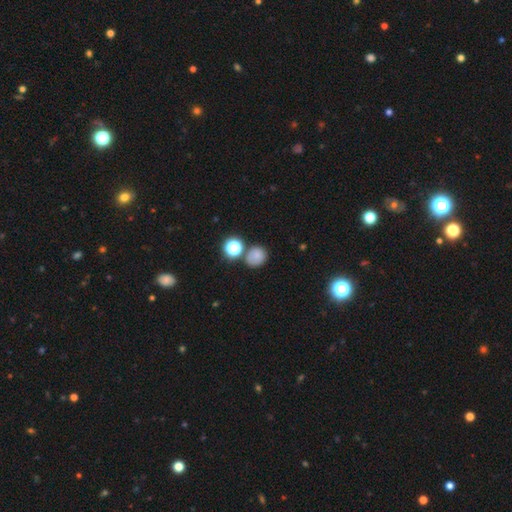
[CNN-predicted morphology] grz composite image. It shows a smooth galaxy with no disk features (77%) that is round (77%). Merging: none (71%).